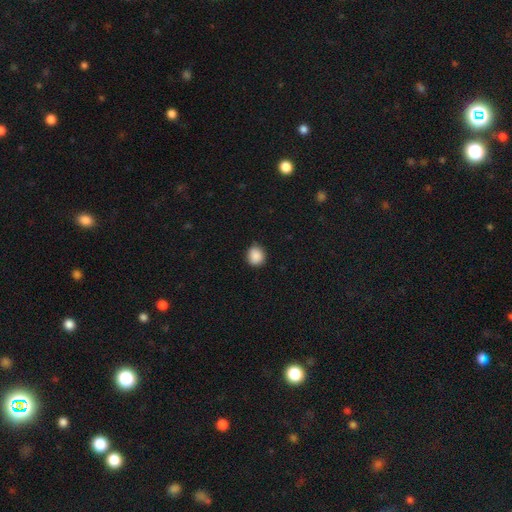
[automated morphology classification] smooth 89%, star or artifact 9%, featured or disk 3%. Down the decision tree: how rounded — round (79%); merging — none (86%).